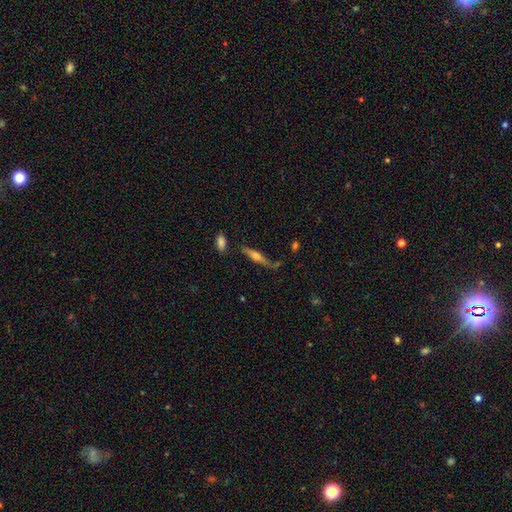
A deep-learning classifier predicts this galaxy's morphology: Smooth or featured? Predicted: featured or disk (p=0.53). Edge-on disk? Predicted: yes (p=0.91). Merging? Predicted: none (p=0.63).